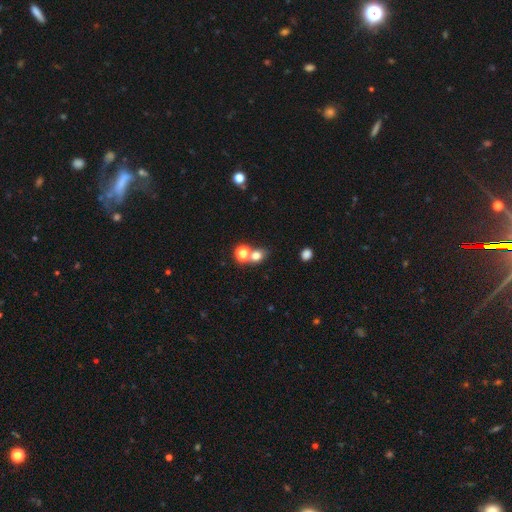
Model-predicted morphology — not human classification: This is likely a smooth galaxy (73%). How rounded: likely round (67%). Merging: possibly none (53%).